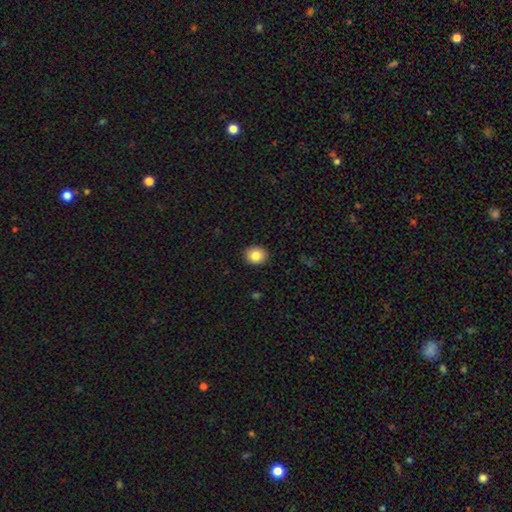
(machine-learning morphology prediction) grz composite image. It shows a smooth galaxy with no disk features (84%) that is round (73%). Merging: none (91%).